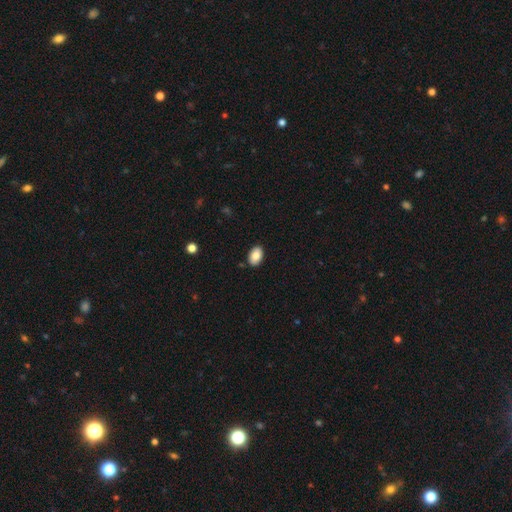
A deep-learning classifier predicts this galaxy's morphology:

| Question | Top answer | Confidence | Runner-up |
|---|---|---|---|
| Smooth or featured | smooth | 84% | featured or disk (9%) |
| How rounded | in between | 90% | round (9%) |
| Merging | none | 89% | minor disturbance (8%) |